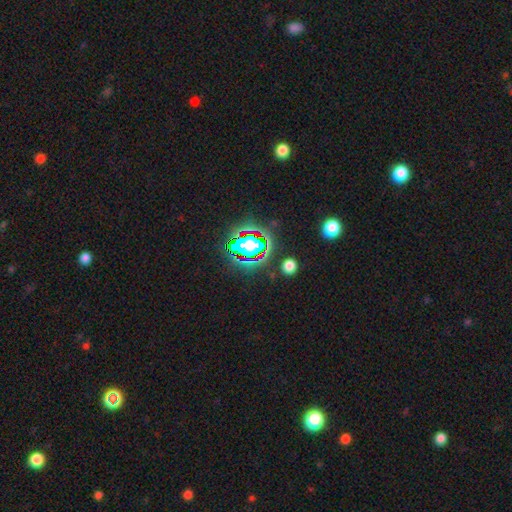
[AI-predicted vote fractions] The model was most divided on "smooth or featured": star or artifact: 80%, smooth: 12%, featured or disk: 8%.